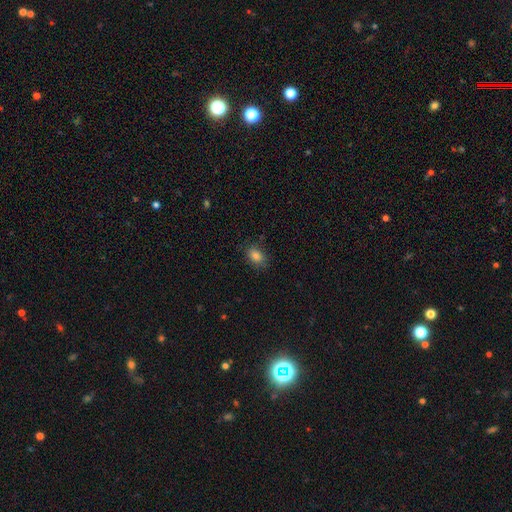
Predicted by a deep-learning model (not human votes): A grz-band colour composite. It shows a smooth galaxy with no disk features (84%) that is in between round and cigar-shaped (76%). Merging: none (81%).